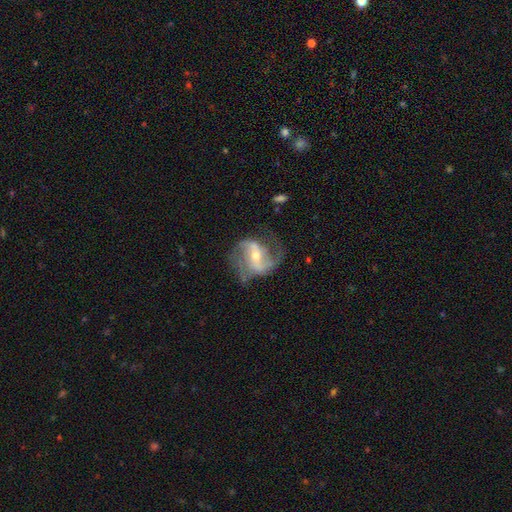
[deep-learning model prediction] Smooth or featured? featured or disk (88%)
Edge-on disk? no (97%)
Bar? weak (40%)
Spiral arms? yes (96%)
Spiral winding? medium (46%)
Spiral arm count? 2 (76%)
Bulge size? moderate (48%, tied with small)
Merging? none (66%)